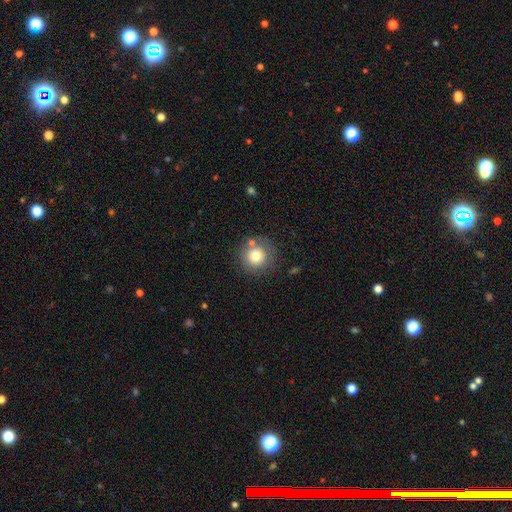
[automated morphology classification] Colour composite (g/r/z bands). It shows a smooth galaxy with no disk features (75%) that is round (94%). Merging: none (75%).